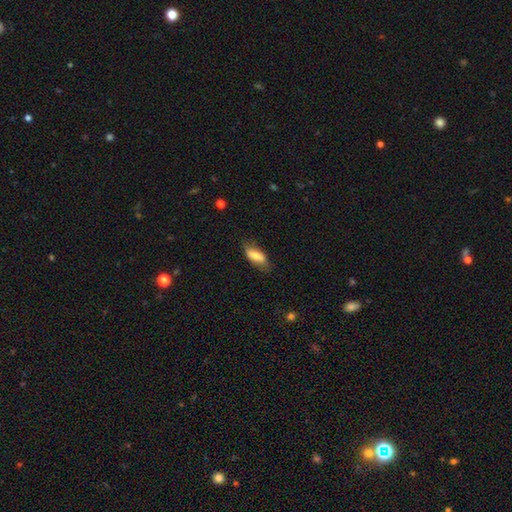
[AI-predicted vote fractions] This is likely a smooth galaxy (76%). How rounded: likely in between (77%). Merging: likely none (67%).